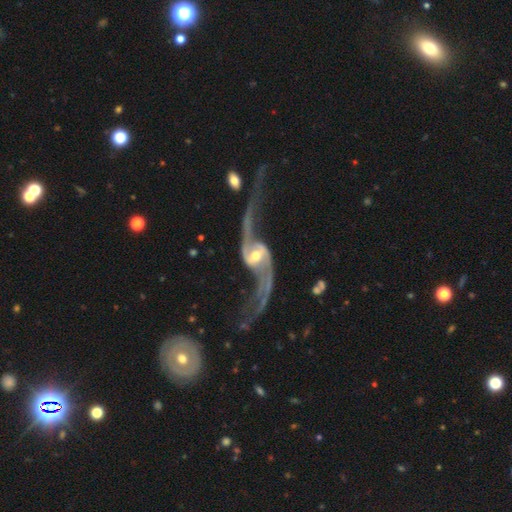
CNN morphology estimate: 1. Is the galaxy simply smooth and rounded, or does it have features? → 93% featured or disk, 4% star or artifact, 3% smooth.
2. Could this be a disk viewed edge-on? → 96% no, 4% yes.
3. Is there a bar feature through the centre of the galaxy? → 38% weak, 31% no, 31% strong.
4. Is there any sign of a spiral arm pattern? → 97% yes, 3% no.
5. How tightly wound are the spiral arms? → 90% loose, 7% medium, 3% tight.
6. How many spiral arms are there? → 95% 2, 1% 1, 1% can't tell, 1% 3, 1% 4, 1% more than 4.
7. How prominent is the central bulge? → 64% moderate, 27% small, 6% large, 2% none, 1% dominant.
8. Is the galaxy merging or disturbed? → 54% none, 22% major disturbance, 15% minor disturbance, 8% merger.